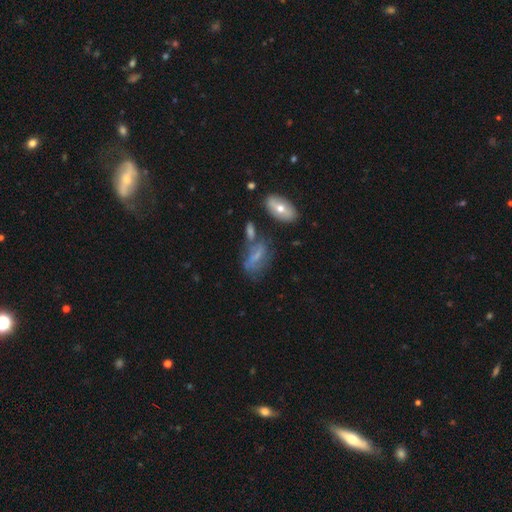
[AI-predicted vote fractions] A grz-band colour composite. It shows a featured or disk galaxy (49%). Merging: none (48%).